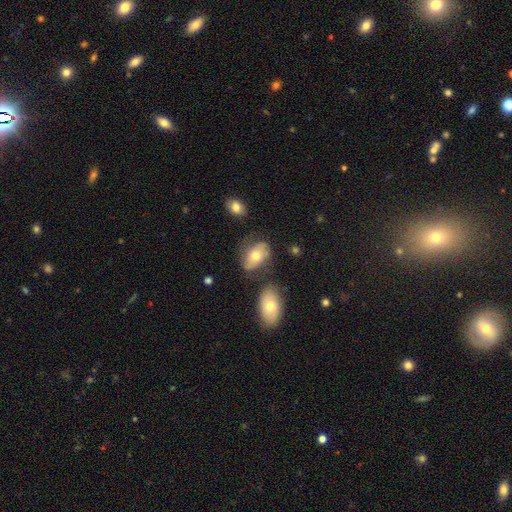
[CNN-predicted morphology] Smooth or featured? smooth (55%)
How rounded? in between (85%)
Merging? none (55%)